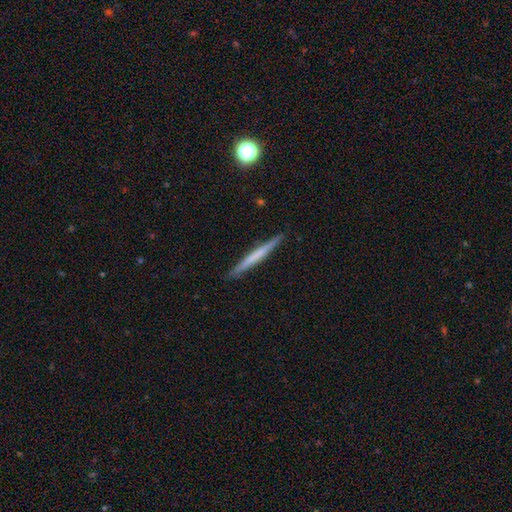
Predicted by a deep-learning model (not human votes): smooth 48%, featured or disk 46%, star or artifact 6%. Down the decision tree: merging — none (91%).